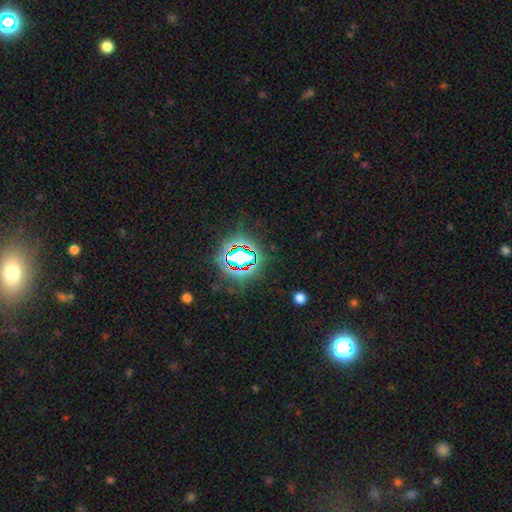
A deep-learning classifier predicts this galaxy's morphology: This is clearly a star or artifact rather than a galaxy (80%).